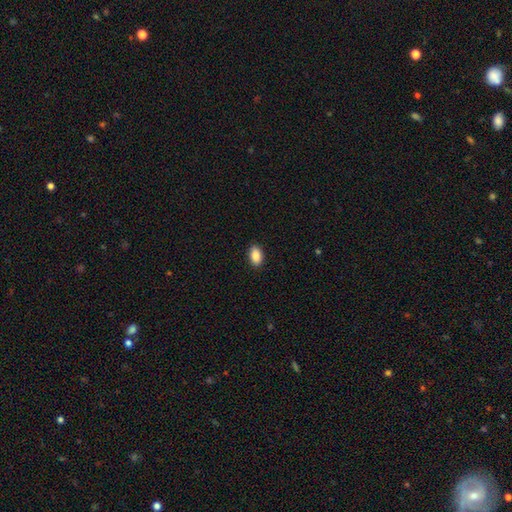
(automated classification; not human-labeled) Smooth or featured?
  - smooth: 89% *
  - star or artifact: 7%
  - featured or disk: 4%
How rounded?
  - in between: 92% *
  - round: 6%
  - cigar-shaped: 2%
Merging?
  - none: 90% *
  - minor disturbance: 7%
  - major disturbance: 2%
  - merger: 1%